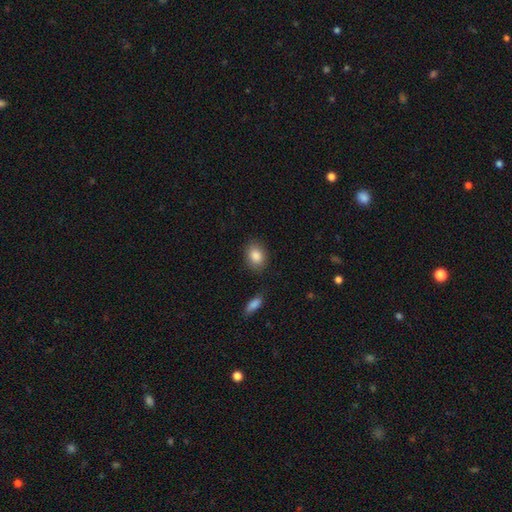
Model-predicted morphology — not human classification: Smooth or featured: smooth — 87% (star or artifact — 7%)
How rounded: in between — 70% (round — 29%)
Merging: none — 82% (minor disturbance — 12%)